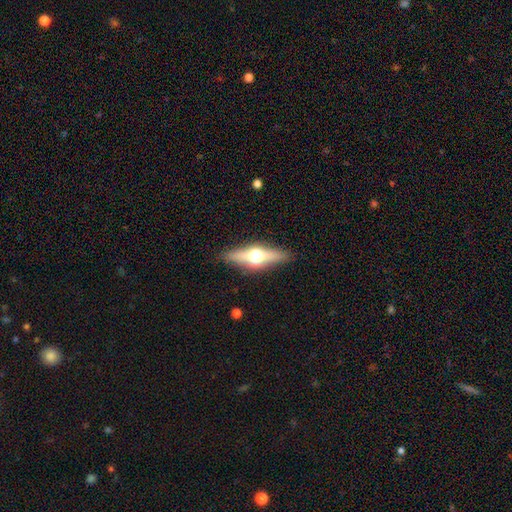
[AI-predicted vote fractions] Smooth or featured: featured or disk — 65% (smooth — 29%)
Edge-on disk: yes — 94% (no — 6%)
Edge-on bulge: rounded — 96% (boxy — 2%)
Merging: none — 88% (minor disturbance — 9%)